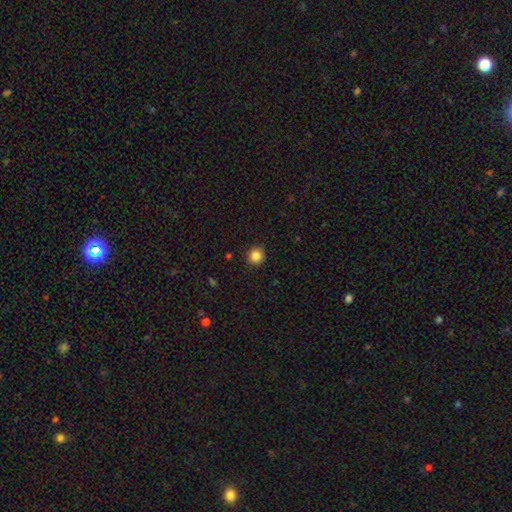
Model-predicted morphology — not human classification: type=smooth (84%); roundness=round (95%); merging=none (92%).